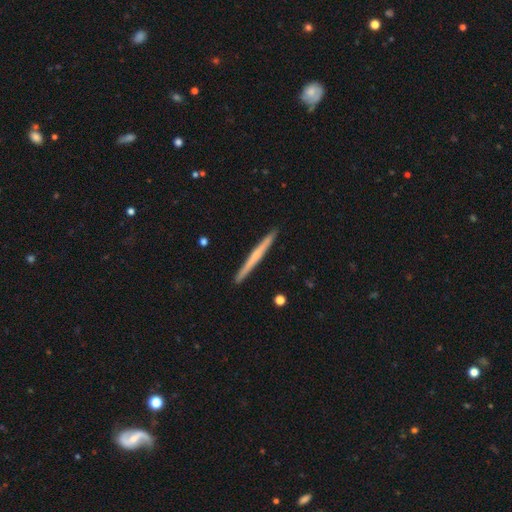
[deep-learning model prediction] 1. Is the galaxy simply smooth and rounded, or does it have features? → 54% featured or disk, 40% smooth, 6% star or artifact.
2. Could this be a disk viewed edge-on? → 98% yes, 2% no.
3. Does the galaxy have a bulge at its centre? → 64% none, 31% rounded, 5% boxy.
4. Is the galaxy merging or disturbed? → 93% none, 5% minor disturbance, 1% major disturbance, 1% merger.